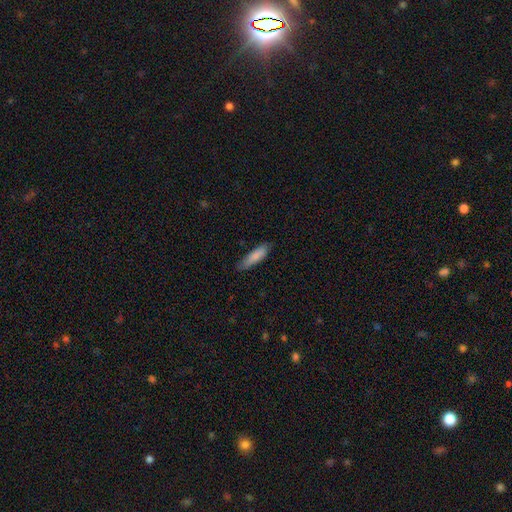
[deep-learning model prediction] A smooth galaxy with no disk features (83%) that is cigar-shaped (70%).

Vote fractions:
- Smooth or featured? smooth: 83% / featured or disk: 12% / star or artifact: 6%
- How rounded? cigar-shaped: 70% / in between: 28% / round: 1%
- Merging? none: 79% / minor disturbance: 17% / major disturbance: 3% / merger: 1%